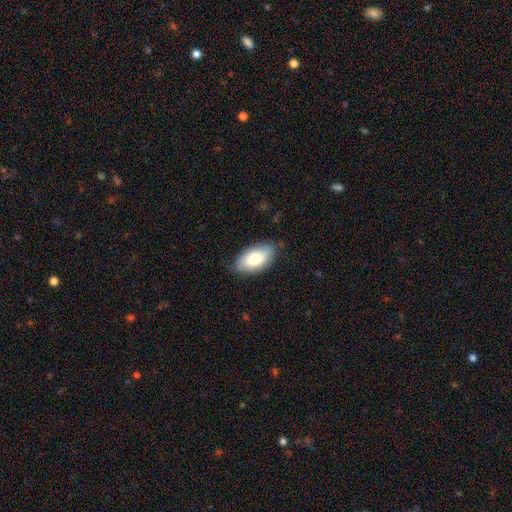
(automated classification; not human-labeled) Smooth or featured: smooth — 77% (featured or disk — 17%)
How rounded: in between — 93% (cigar-shaped — 4%)
Merging: none — 81% (minor disturbance — 15%)